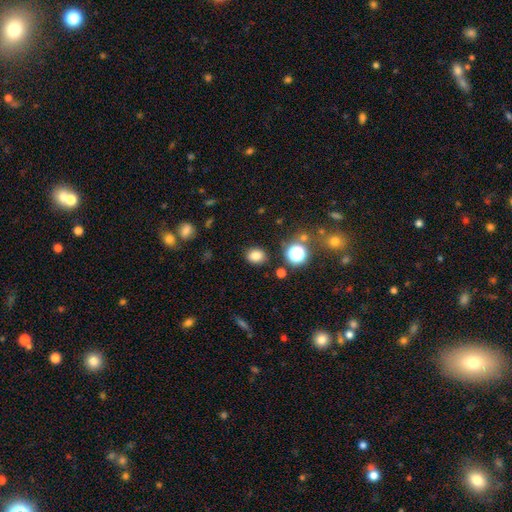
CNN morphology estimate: The model was most divided on "how rounded": round: 51%, in between: 48%, cigar-shaped: 1%. More confident: merging — none (86%); smooth or featured — smooth (80%).